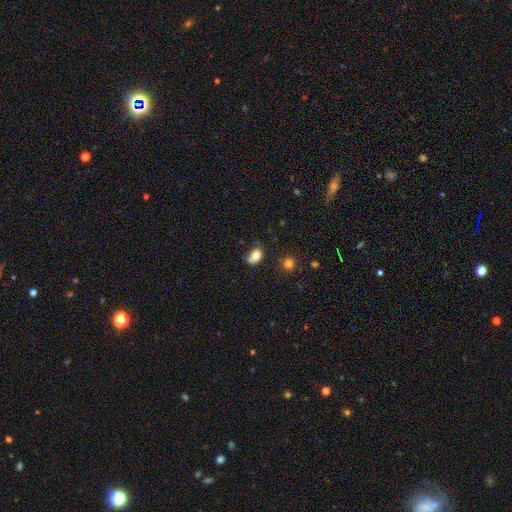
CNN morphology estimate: A smooth galaxy with no disk features (78%) that is in between round and cigar-shaped (71%).

Vote fractions:
- Smooth or featured? smooth: 78% / featured or disk: 11% / star or artifact: 11%
- How rounded? in between: 71% / round: 27% / cigar-shaped: 1%
- Merging? none: 48% / minor disturbance: 27% / merger: 15% / major disturbance: 10%